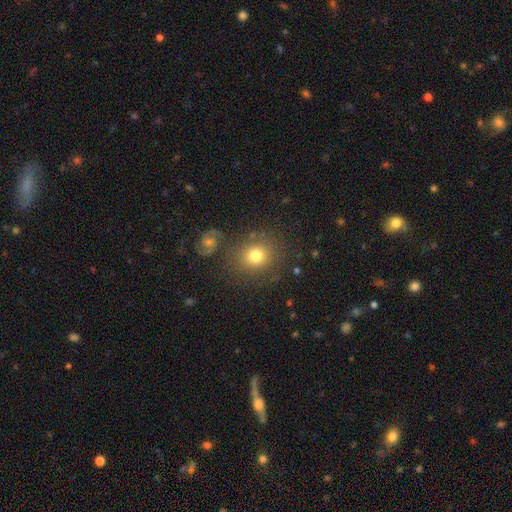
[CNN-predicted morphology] smooth-or-featured: smooth: 75% | featured or disk: 12% | star or artifact: 12%
  how-rounded: round: 79% | in between: 20% | cigar-shaped: 1%
  merging: none: 78% | minor disturbance: 10% | merger: 8% | major disturbance: 4%